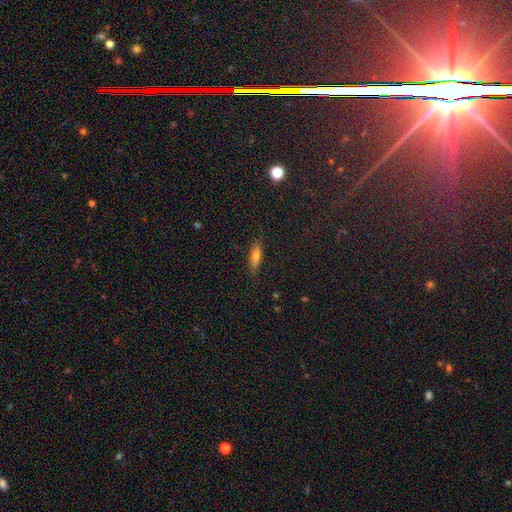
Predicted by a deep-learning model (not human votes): This appears to be a smooth galaxy with no disk features (67%) that is cigar-shaped (49%). Merging: none (84%).